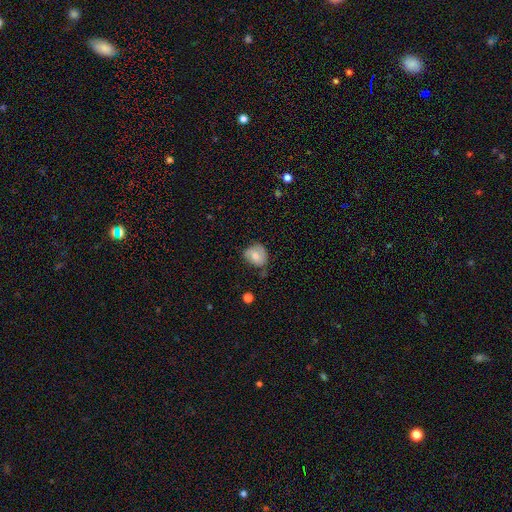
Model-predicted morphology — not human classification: The model was most divided on "merging": none: 53%, minor disturbance: 35%, major disturbance: 9%, merger: 3%. More confident: smooth or featured — smooth (61%); how rounded — round (60%).